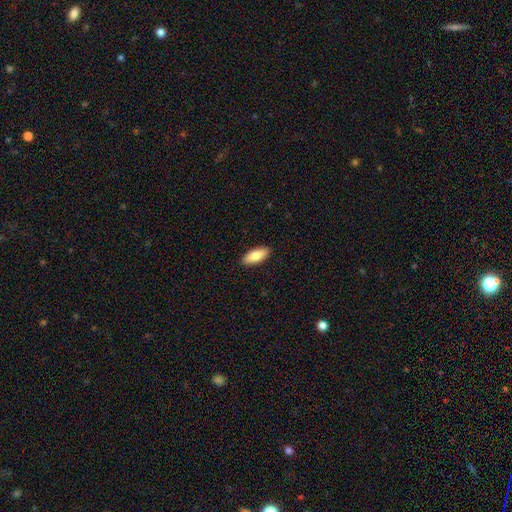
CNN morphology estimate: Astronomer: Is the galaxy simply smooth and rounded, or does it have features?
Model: smooth — 80%.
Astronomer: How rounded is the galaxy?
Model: in between — 80%.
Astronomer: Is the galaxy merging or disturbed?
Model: none — 90%.